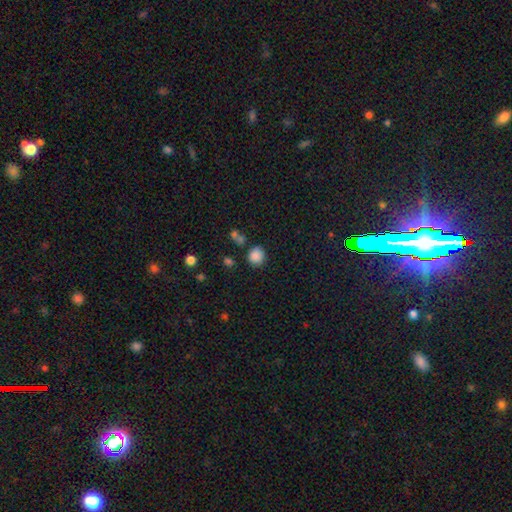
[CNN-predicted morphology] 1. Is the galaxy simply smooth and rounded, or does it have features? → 85% smooth, 11% star or artifact, 4% featured or disk.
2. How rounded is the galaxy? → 87% round, 12% in between, 1% cigar-shaped.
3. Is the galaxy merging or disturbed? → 77% none, 11% minor disturbance, 8% merger, 4% major disturbance.